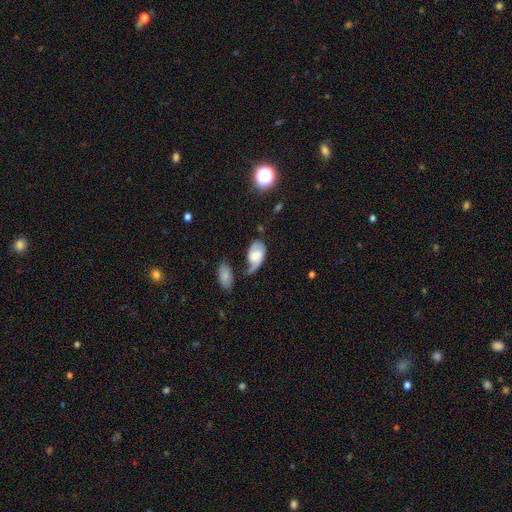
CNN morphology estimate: This appears to be a featured or disk galaxy (55%) with no bar (55%), spiral arms (82%) and a moderate central bulge (33%). Merging: none (30%).